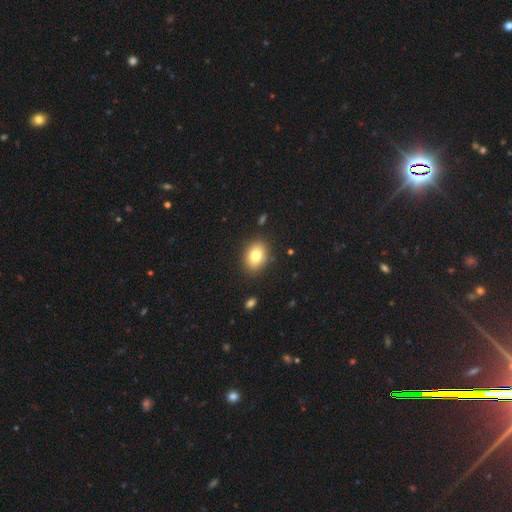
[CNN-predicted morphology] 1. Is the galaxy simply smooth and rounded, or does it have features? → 79% smooth, 12% featured or disk, 9% star or artifact.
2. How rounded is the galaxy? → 68% in between, 31% round, 1% cigar-shaped.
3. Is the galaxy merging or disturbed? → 86% none, 9% minor disturbance, 3% major disturbance, 2% merger.